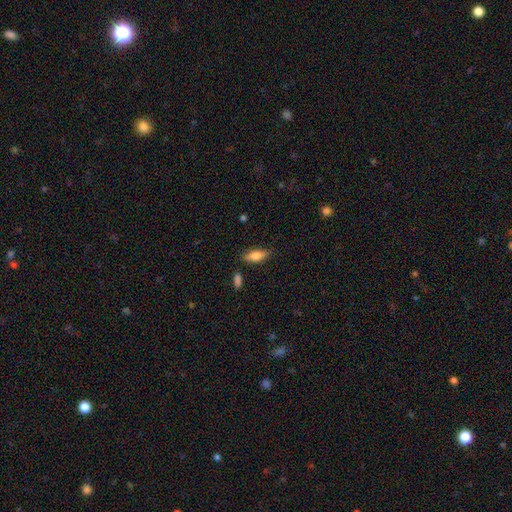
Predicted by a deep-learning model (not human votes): Overall: smooth (78%). How rounded: in between (74%). Merging: none (77%).